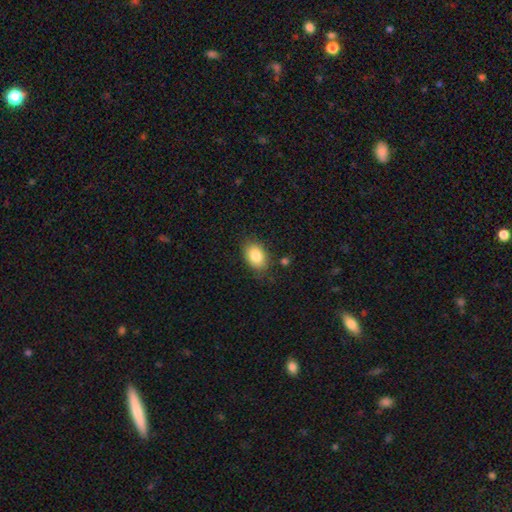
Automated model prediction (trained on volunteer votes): Q: Smooth or featured?
A: smooth (84%); runner-up: featured or disk (9%)
Q: How rounded?
A: in between (85%); runner-up: round (14%)
Q: Merging?
A: none (80%); runner-up: minor disturbance (14%)